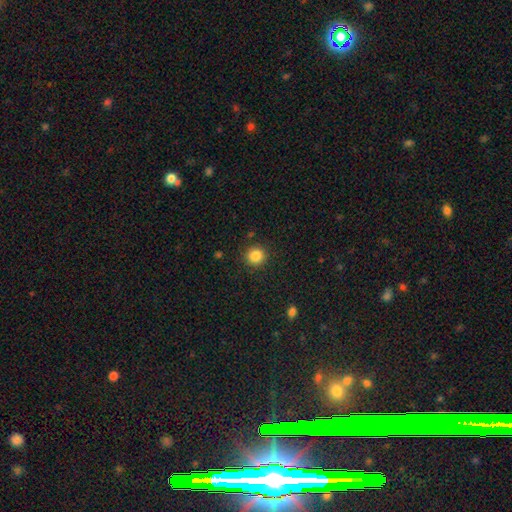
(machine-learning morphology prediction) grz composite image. It shows a smooth galaxy with no disk features (85%) that is round (93%). Merging: none (90%).